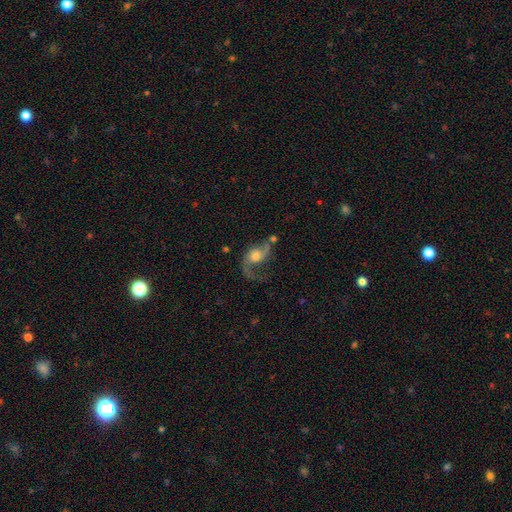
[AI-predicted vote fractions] Morphology: type=featured or disk (80%); edge-on=no (96%); bar=no (66%); spiral arms=yes (94%); winding=loose (72%); arm count=2 (77%); bulge=moderate (53%); merging=none (48%).